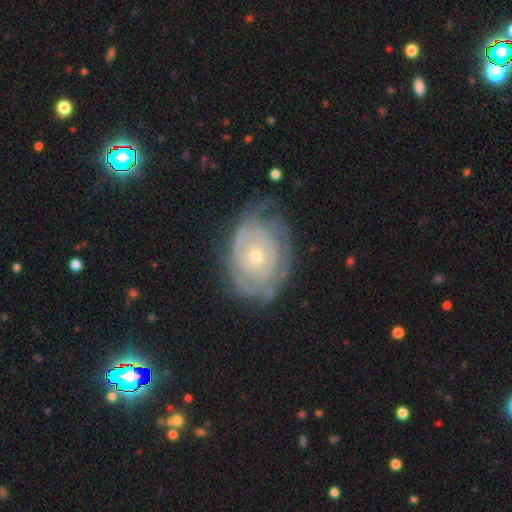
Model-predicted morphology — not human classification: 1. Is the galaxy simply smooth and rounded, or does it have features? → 82% featured or disk, 12% smooth, 7% star or artifact.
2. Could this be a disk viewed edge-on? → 96% no, 4% yes.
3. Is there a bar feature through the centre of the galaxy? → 80% no, 16% weak, 4% strong.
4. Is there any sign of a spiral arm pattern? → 90% yes, 10% no.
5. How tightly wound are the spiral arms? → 80% tight, 16% medium, 5% loose.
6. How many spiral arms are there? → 47% can't tell, 19% 2, 13% 3, 10% 4, 6% more than 4, 5% 1.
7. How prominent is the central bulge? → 62% small, 34% moderate, 2% large, 1% none, 1% dominant.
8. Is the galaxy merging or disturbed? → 69% none, 21% minor disturbance, 8% major disturbance, 2% merger.